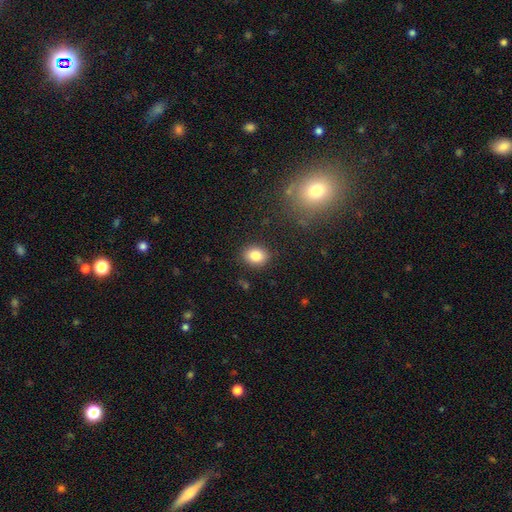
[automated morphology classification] The model was most divided on "how rounded": in between: 52%, round: 47%, cigar-shaped: 1%. More confident: merging — none (87%); smooth or featured — smooth (83%).